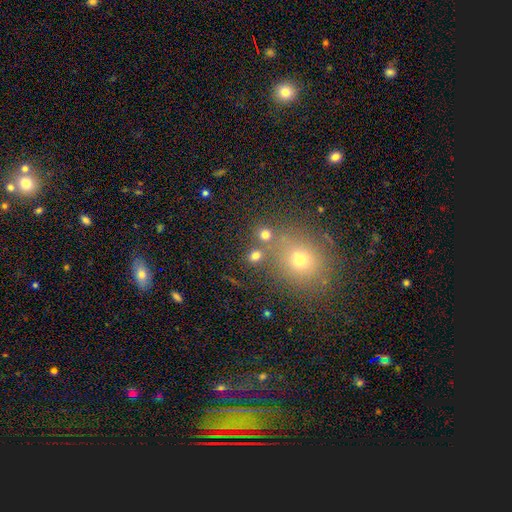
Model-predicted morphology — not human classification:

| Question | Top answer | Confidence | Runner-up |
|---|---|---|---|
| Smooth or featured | smooth | 74% | star or artifact (17%) |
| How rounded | round | 78% | in between (21%) |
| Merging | none | 70% | merger (17%) |